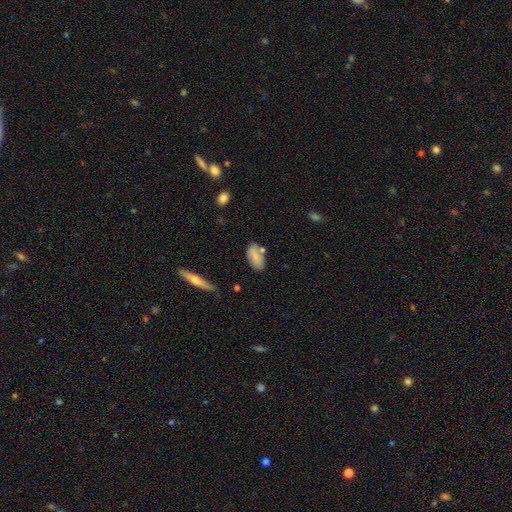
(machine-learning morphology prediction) Overall: smooth (79%). How rounded: in between (91%). Merging: none (65%).